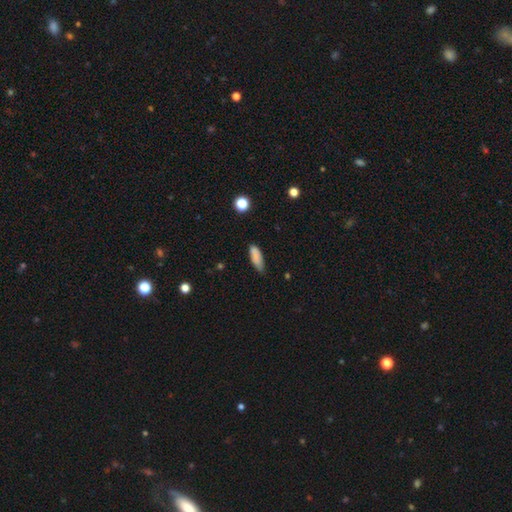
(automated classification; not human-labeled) This is clearly a smooth galaxy (86%). How rounded: likely in between (61%). Merging: likely none (67%).